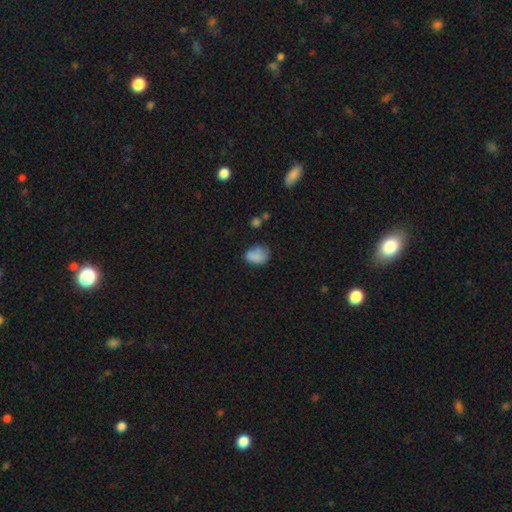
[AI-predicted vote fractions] Smooth or featured? smooth (75%)
How rounded? in between (74%)
Merging? none (44%)